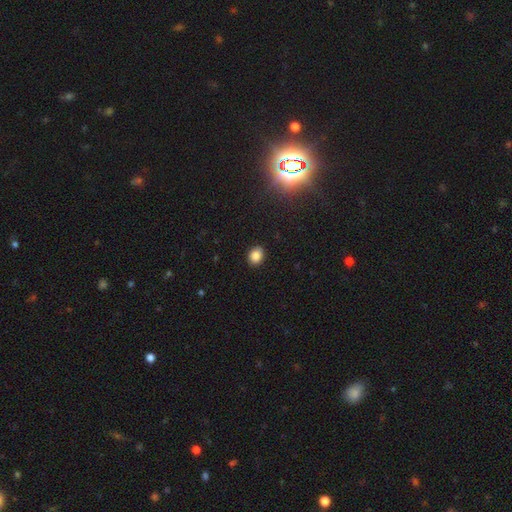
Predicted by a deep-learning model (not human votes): Q: Smooth or featured?
A: smooth (84%); runner-up: star or artifact (11%)
Q: How rounded?
A: round (53%); runner-up: in between (46%)
Q: Merging?
A: none (88%); runner-up: minor disturbance (9%)